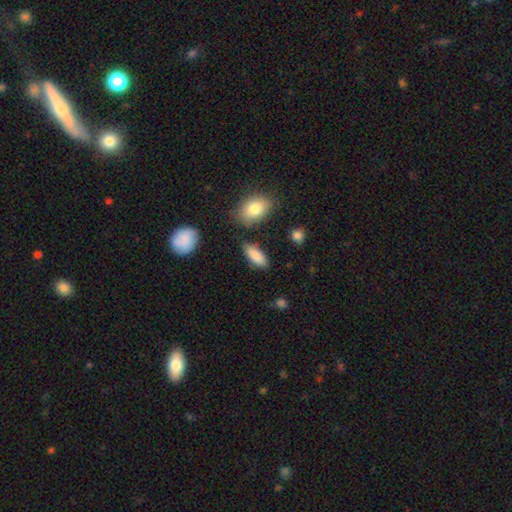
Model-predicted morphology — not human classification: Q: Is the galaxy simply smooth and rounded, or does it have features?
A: smooth — 87%.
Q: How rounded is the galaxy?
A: in between — 81%.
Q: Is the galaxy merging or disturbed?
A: none — 78%.